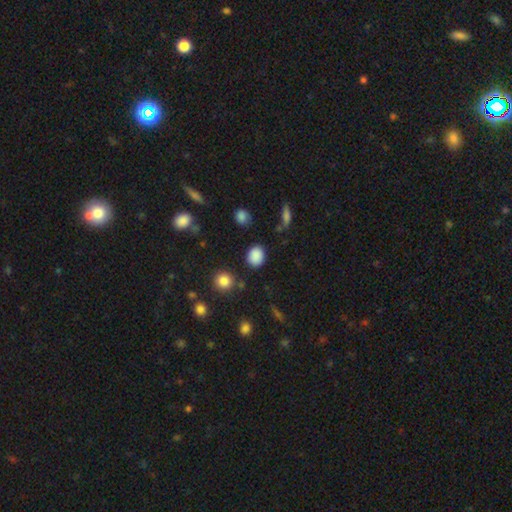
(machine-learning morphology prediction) A smooth galaxy with no disk features (86%) that is round (56%). Merging: none (85%).